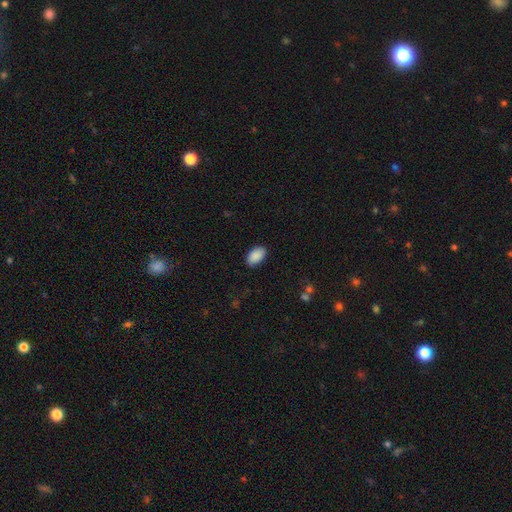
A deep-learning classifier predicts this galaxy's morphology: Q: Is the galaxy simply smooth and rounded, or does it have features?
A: smooth — 91%.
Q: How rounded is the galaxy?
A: in between — 95%.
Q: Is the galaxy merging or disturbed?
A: none — 88%.